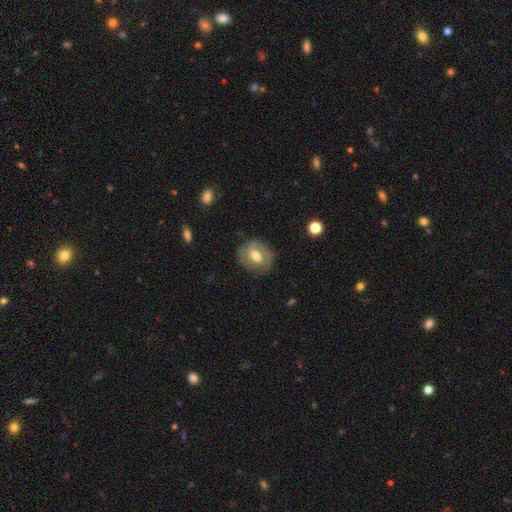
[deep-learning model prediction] Smooth or featured: featured or disk — 69% (smooth — 25%)
Edge-on disk: no — 95% (yes — 5%)
Bar: weak — 44% (no — 29%)
Spiral arms: yes — 74% (no — 26%)
Bulge size: moderate — 66% (small — 17%)
Merging: none — 74% (minor disturbance — 17%)